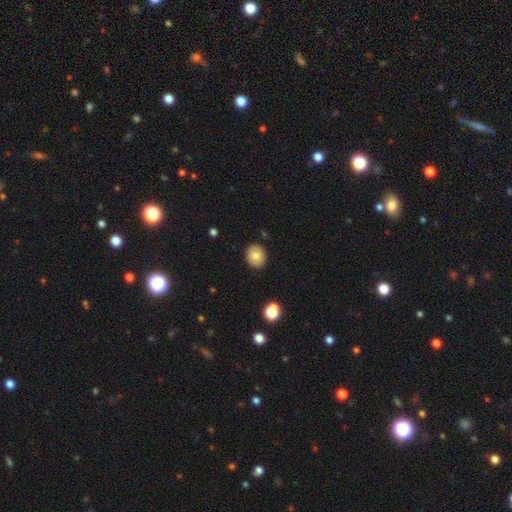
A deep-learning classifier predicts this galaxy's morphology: The model was most divided on "how rounded": round: 64%, in between: 35%, cigar-shaped: 1%. More confident: merging — none (88%); smooth or featured — smooth (77%).